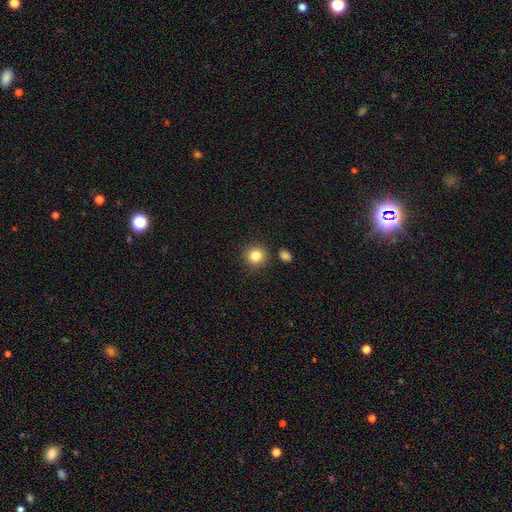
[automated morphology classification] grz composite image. It shows a smooth galaxy with no disk features (84%) that is round (91%). Merging: none (86%).